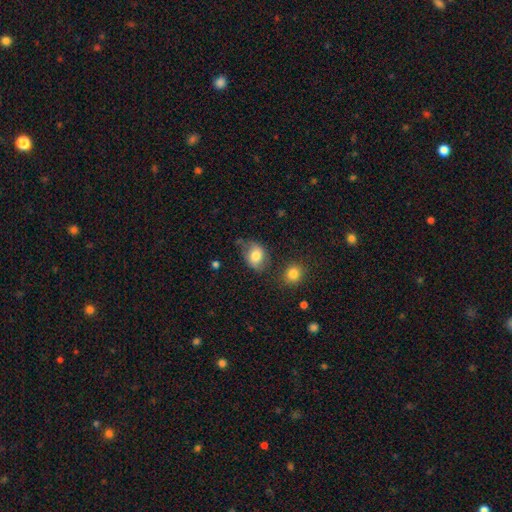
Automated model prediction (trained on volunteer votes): Smooth or featured: smooth — 75% (featured or disk — 17%)
How rounded: in between — 60% (round — 39%)
Merging: none — 57% (minor disturbance — 28%)